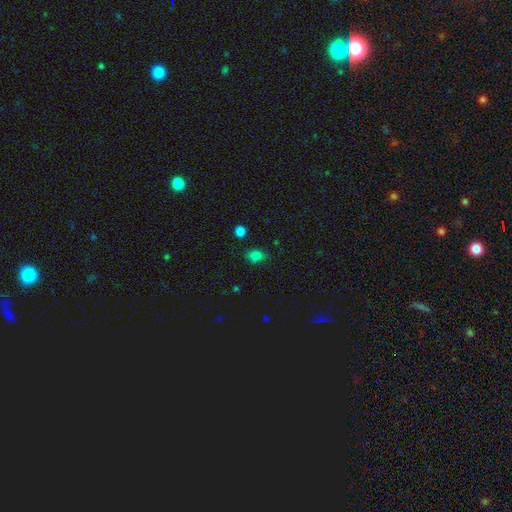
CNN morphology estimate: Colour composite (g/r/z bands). It shows a smooth galaxy with no disk features (80%) that is in between round and cigar-shaped (61%). Merging: none (73%).